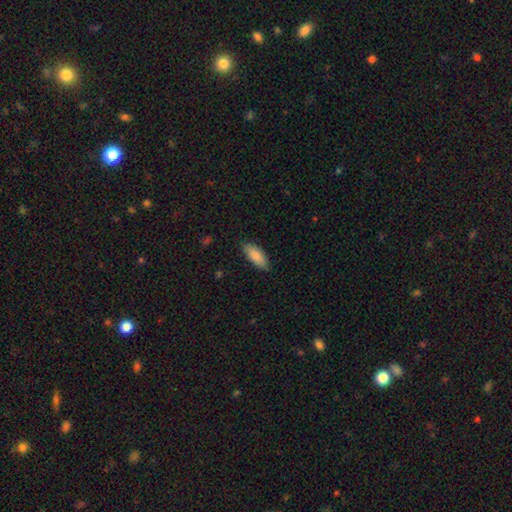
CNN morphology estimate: type=smooth (85%); roundness=in between (80%); merging=none (84%).